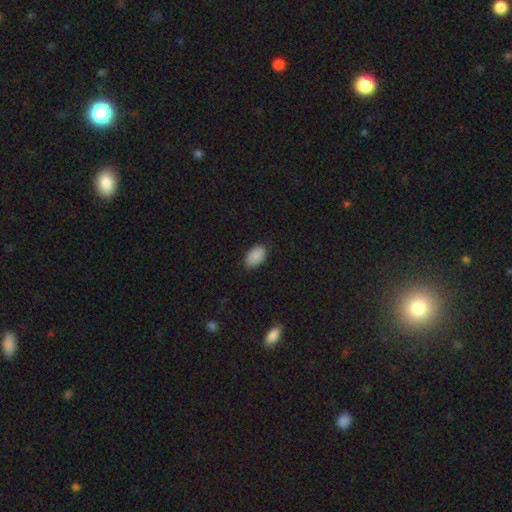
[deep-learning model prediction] Q: Smooth or featured?
A: smooth (89%); runner-up: star or artifact (7%)
Q: How rounded?
A: in between (93%); runner-up: round (6%)
Q: Merging?
A: none (85%); runner-up: minor disturbance (11%)